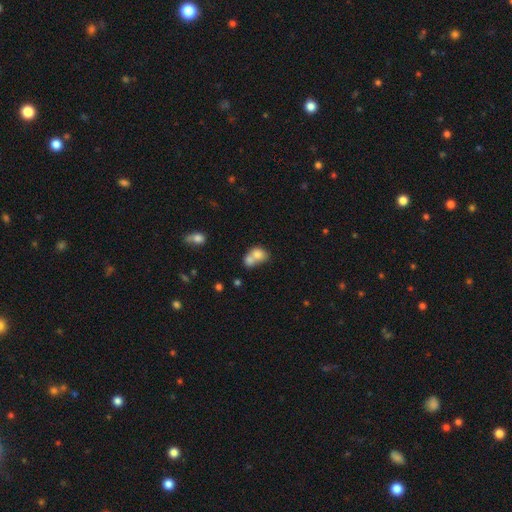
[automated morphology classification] Q: Smooth or featured?
A: smooth (75%); runner-up: featured or disk (15%)
Q: How rounded?
A: in between (53%); runner-up: round (46%)
Q: Merging?
A: merger (67%); runner-up: none (22%)